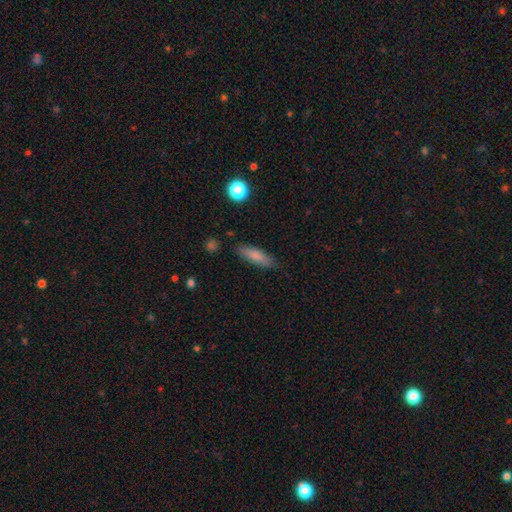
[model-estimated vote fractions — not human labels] This is likely a smooth galaxy (77%). How rounded: likely cigar-shaped (62%). Merging: clearly none (85%).